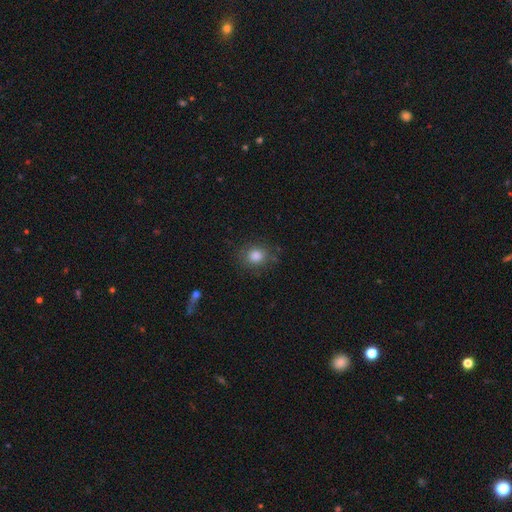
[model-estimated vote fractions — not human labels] Q: Smooth or featured?
A: smooth (84%); runner-up: star or artifact (11%)
Q: How rounded?
A: round (78%); runner-up: in between (21%)
Q: Merging?
A: none (82%); runner-up: minor disturbance (12%)